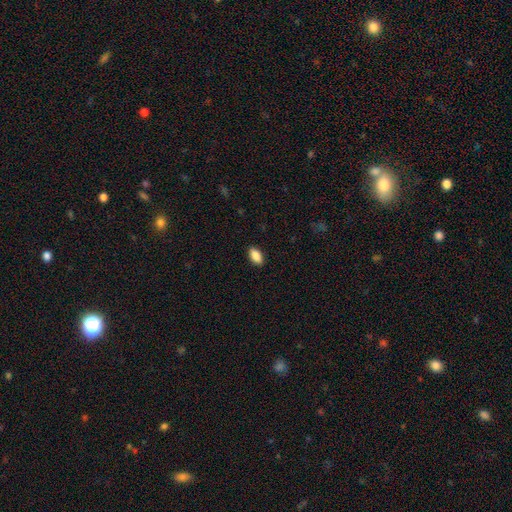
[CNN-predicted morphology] smooth 88%, star or artifact 7%, featured or disk 5%. Down the decision tree: how rounded — in between (91%); merging — none (89%).